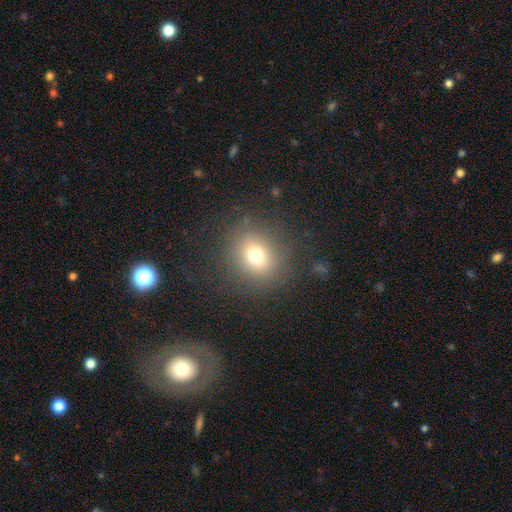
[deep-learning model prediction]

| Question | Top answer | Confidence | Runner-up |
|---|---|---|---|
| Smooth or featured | smooth | 72% | star or artifact (17%) |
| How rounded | round | 83% | in between (16%) |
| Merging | none | 85% | minor disturbance (8%) |